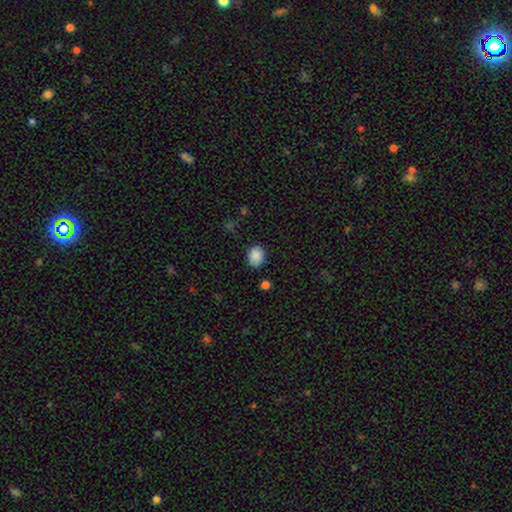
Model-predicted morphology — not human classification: This appears to be a smooth galaxy with no disk features (88%) that is in between round and cigar-shaped (50%, tied with round). Merging: none (84%).